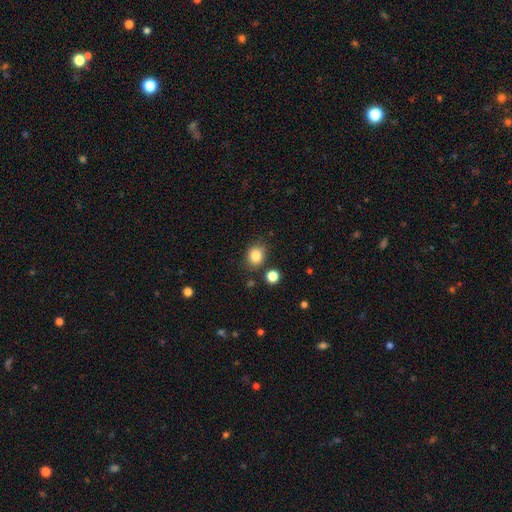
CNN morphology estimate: Smooth or featured: smooth — 84% (star or artifact — 10%)
How rounded: round — 66% (in between — 33%)
Merging: none — 79% (minor disturbance — 12%)